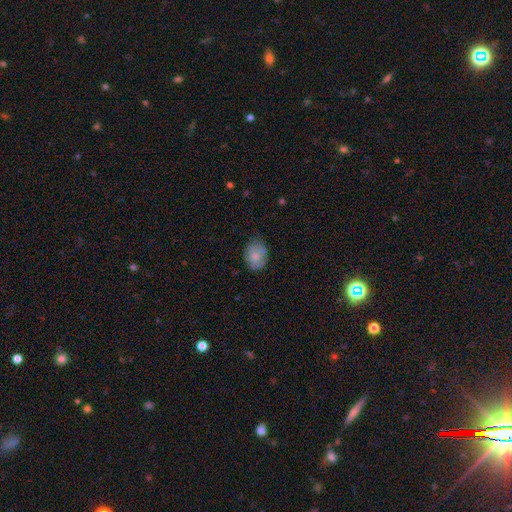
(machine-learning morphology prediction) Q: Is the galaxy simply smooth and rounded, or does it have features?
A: smooth — 75%.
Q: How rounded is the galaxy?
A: in between — 58%.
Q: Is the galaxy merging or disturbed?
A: none — 70%.